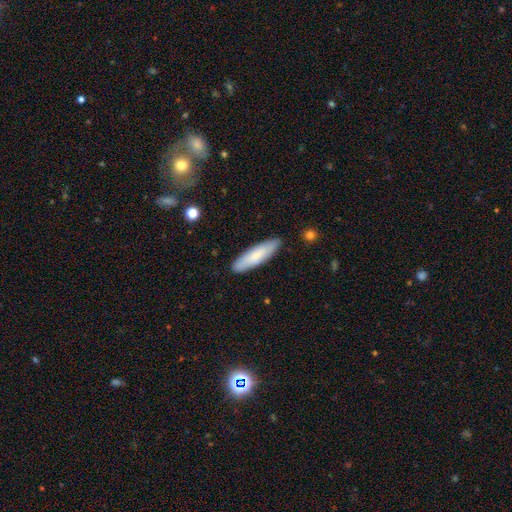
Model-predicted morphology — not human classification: Smooth or featured? smooth (74%)
How rounded? cigar-shaped (66%)
Merging? none (89%)